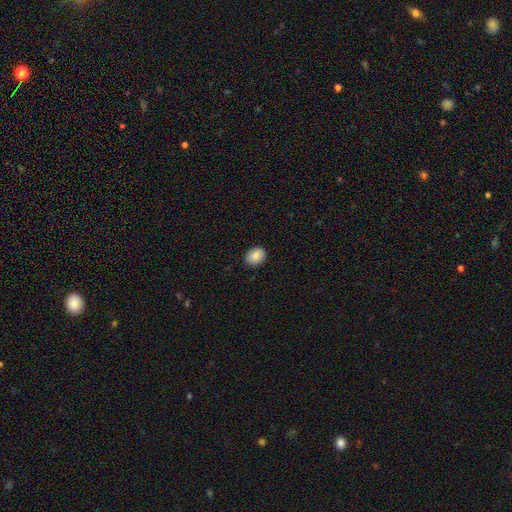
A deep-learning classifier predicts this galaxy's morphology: A smooth galaxy with no disk features (84%) that is round (54%). Merging: none (88%).